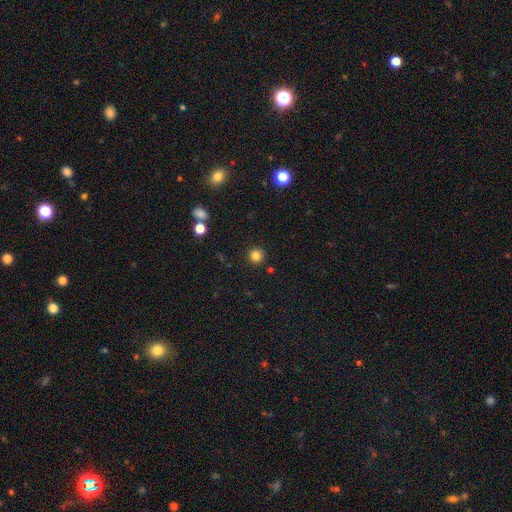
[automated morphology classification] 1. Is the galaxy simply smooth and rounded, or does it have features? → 82% smooth, 13% star or artifact, 5% featured or disk.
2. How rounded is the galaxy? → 95% round, 4% in between, 1% cigar-shaped.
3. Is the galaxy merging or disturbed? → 91% none, 5% minor disturbance, 2% major disturbance, 2% merger.